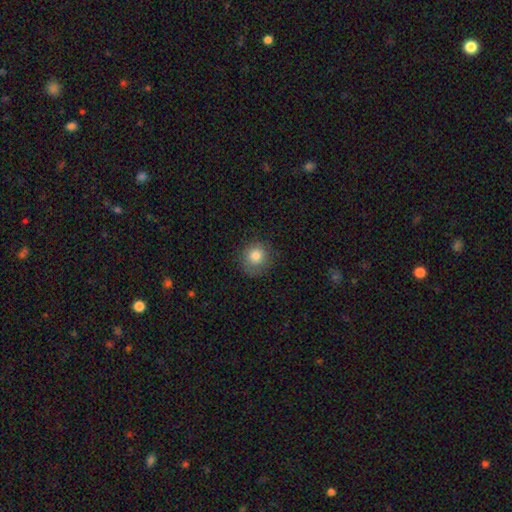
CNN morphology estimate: The model was most divided on "merging": none: 82%, minor disturbance: 13%, major disturbance: 4%, merger: 1%. More confident: how rounded — round (89%); smooth or featured — smooth (81%).